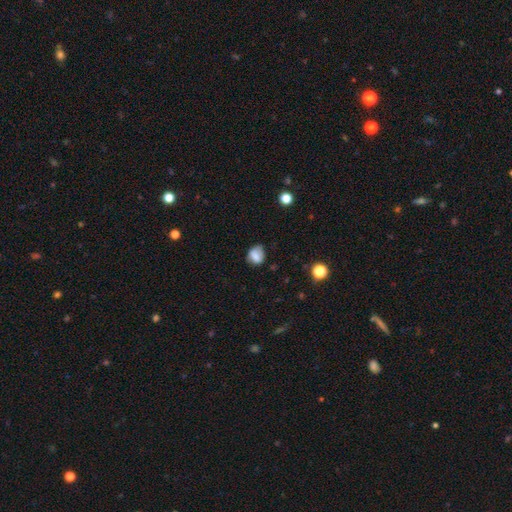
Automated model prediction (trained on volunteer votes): smooth 78%, featured or disk 12%, star or artifact 10%. Down the decision tree: how rounded — round (57%); merging — none (67%).